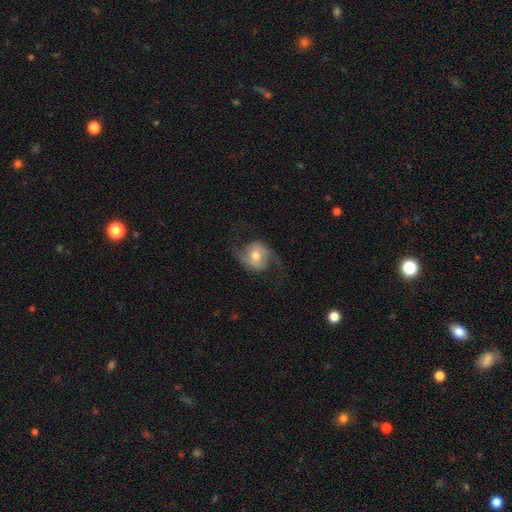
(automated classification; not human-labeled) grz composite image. It shows a featured or disk galaxy (76%) with no bar (54%), 2 (92%) loose (58%) spiral arms (93%) and a moderate central bulge (69%). Merging: none (69%).